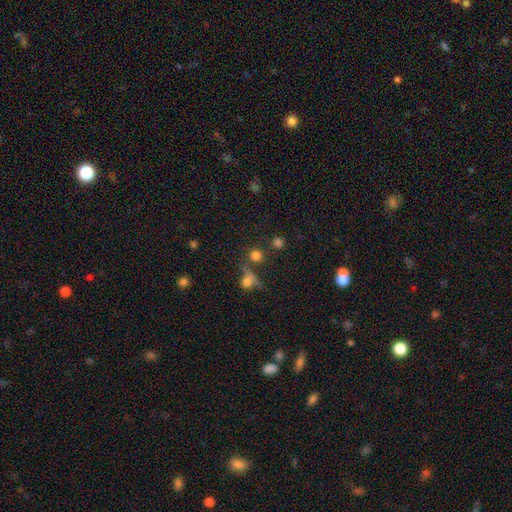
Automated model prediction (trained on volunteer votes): smooth 75%, star or artifact 19%, featured or disk 7%. Down the decision tree: how rounded — round (88%); merging — none (66%).